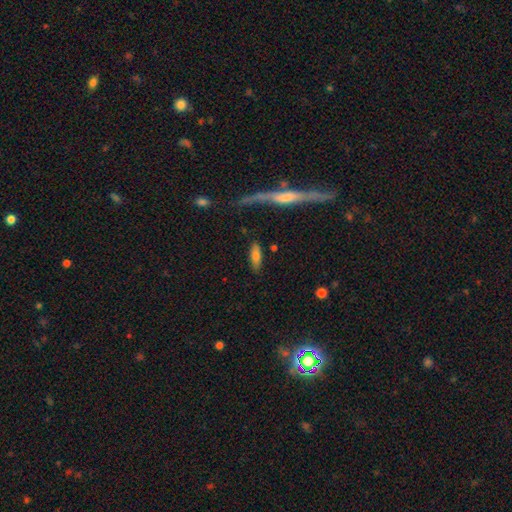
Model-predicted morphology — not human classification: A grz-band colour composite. It shows a smooth galaxy with no disk features (76%) that is in between round and cigar-shaped (62%). Merging: none (81%).